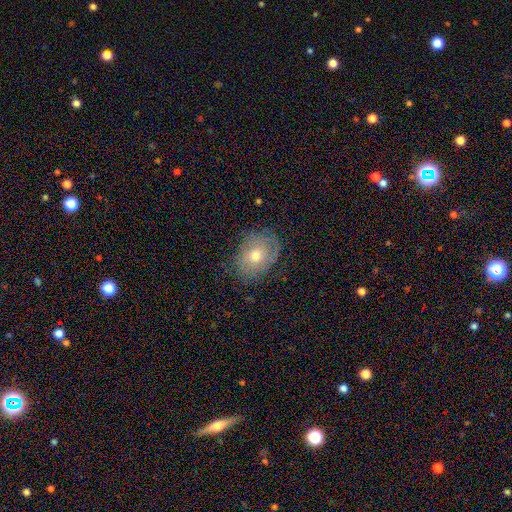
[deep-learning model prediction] smooth 59%, featured or disk 32%, star or artifact 9%. Down the decision tree: how rounded — in between (69%); merging — none (74%).